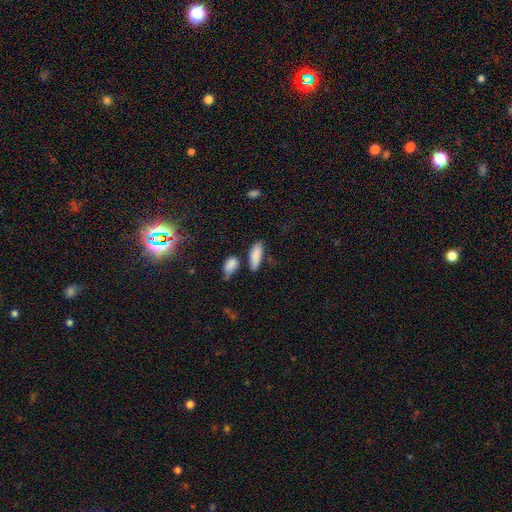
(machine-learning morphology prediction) Smooth or featured? smooth (85%)
How rounded? in between (67%)
Merging? none (62%)